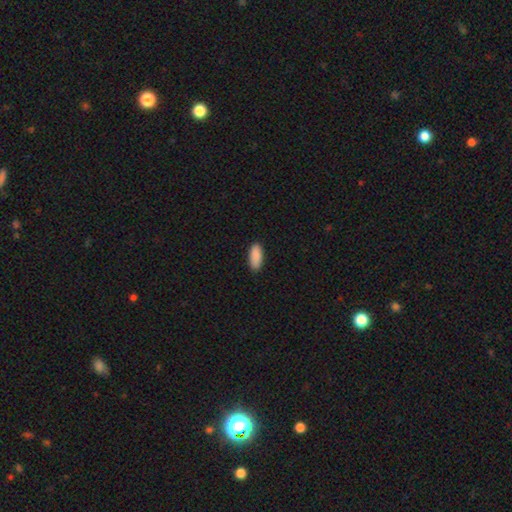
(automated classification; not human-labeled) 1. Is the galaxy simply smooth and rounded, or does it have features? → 90% smooth, 6% star or artifact, 3% featured or disk.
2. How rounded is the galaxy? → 84% in between, 14% cigar-shaped, 2% round.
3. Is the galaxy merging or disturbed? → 88% none, 9% minor disturbance, 2% major disturbance, 1% merger.